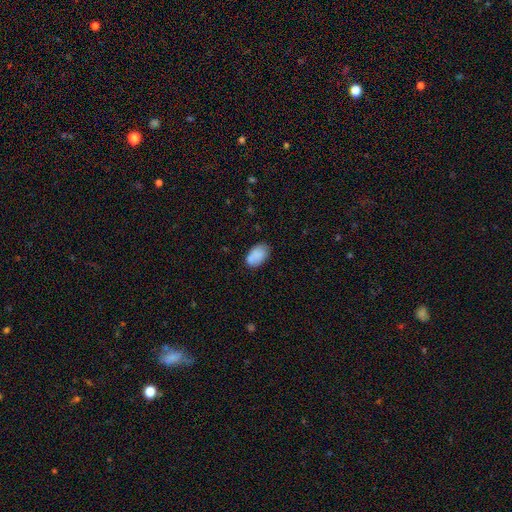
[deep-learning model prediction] A smooth galaxy with no disk features (84%) that is in between round and cigar-shaped (91%). Merging: none (69%).